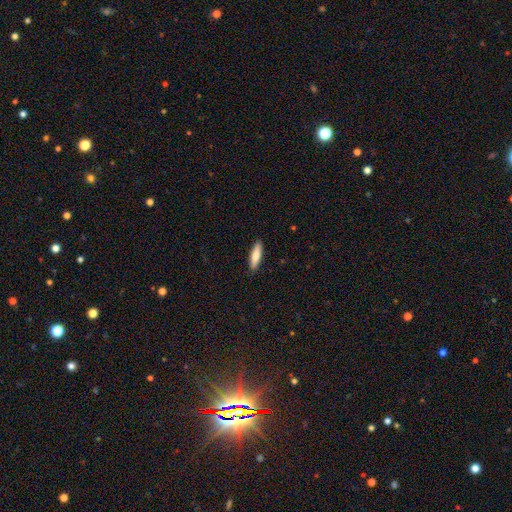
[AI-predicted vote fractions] smooth-or-featured: smooth: 81% | featured or disk: 14% | star or artifact: 5%
  how-rounded: cigar-shaped: 64% | in between: 34% | round: 2%
  merging: none: 90% | minor disturbance: 7% | major disturbance: 2% | merger: 1%